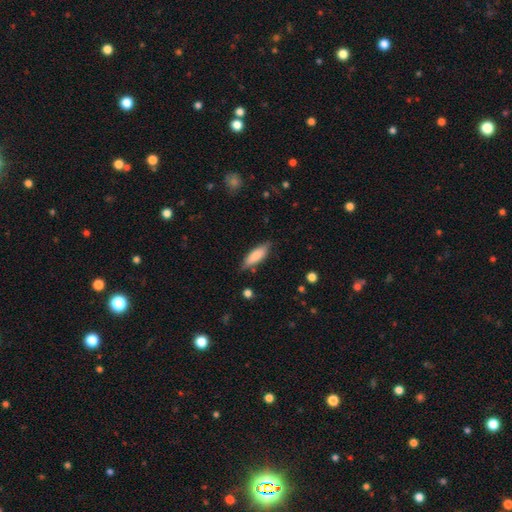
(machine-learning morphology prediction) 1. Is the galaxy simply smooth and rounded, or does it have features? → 82% smooth, 13% featured or disk, 6% star or artifact.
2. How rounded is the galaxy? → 57% in between, 41% cigar-shaped, 2% round.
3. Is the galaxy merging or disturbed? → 79% none, 17% minor disturbance, 3% major disturbance, 2% merger.